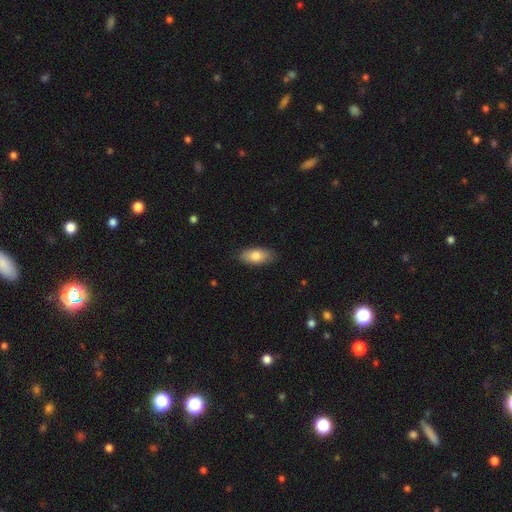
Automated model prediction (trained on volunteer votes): Q: Smooth or featured?
A: smooth (79%); runner-up: featured or disk (15%)
Q: How rounded?
A: in between (89%); runner-up: cigar-shaped (8%)
Q: Merging?
A: none (84%); runner-up: minor disturbance (12%)